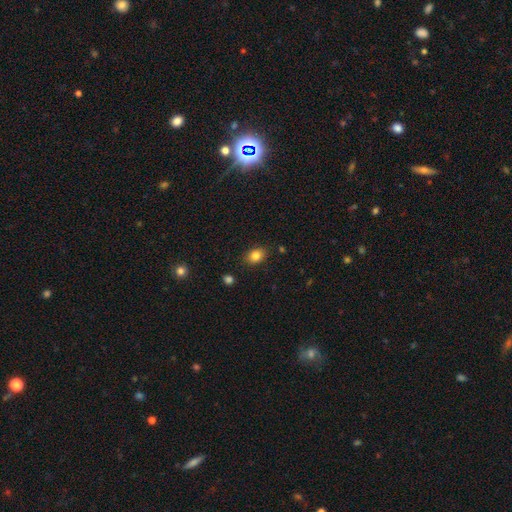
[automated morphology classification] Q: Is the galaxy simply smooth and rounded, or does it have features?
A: smooth — 83%.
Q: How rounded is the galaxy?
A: in between — 68%.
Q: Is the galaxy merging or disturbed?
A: none — 84%.